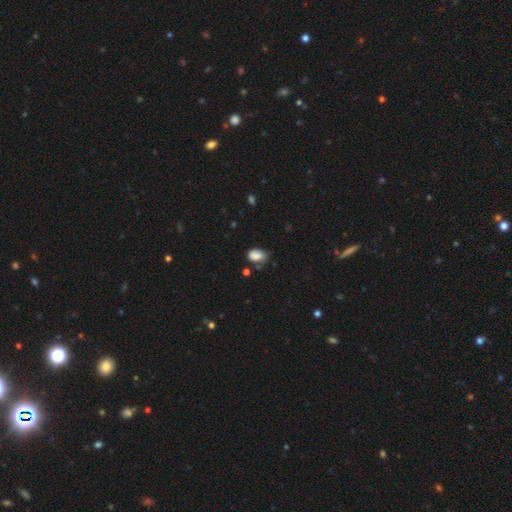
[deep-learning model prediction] Smooth or featured? smooth (81%)
How rounded? in between (80%)
Merging? none (49%)